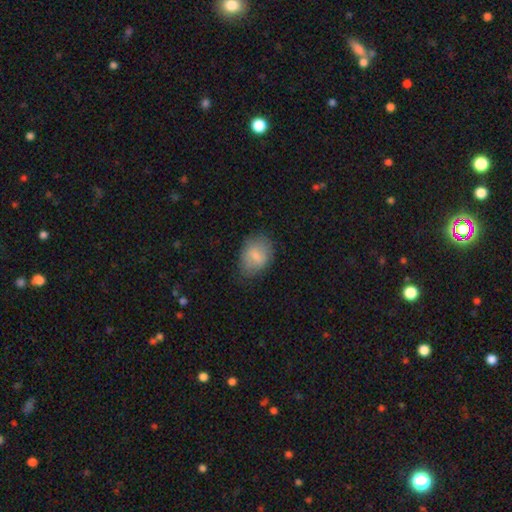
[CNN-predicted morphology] Smooth or featured: smooth — 73% (featured or disk — 19%)
How rounded: in between — 76% (round — 23%)
Merging: none — 68% (minor disturbance — 23%)